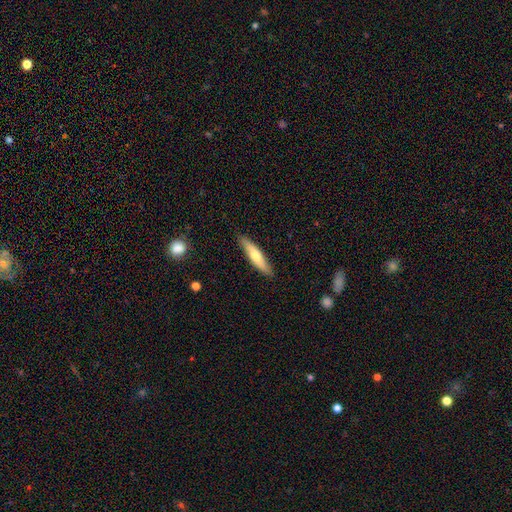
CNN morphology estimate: Smooth or featured: smooth — 63% (featured or disk — 32%)
How rounded: cigar-shaped — 82% (in between — 17%)
Merging: none — 86% (minor disturbance — 11%)